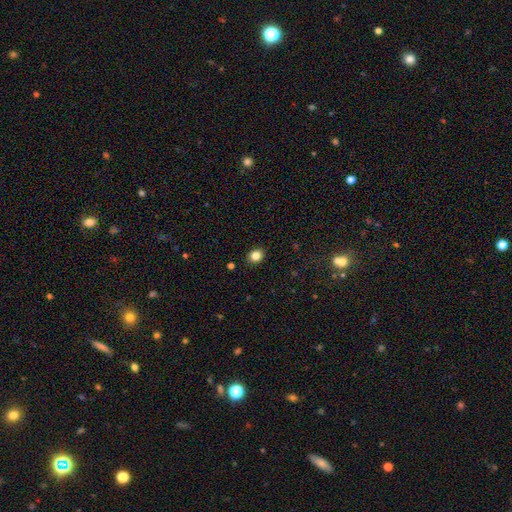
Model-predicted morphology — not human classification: Smooth or featured?
  - smooth: 84% *
  - star or artifact: 11%
  - featured or disk: 5%
How rounded?
  - round: 61% *
  - in between: 38%
  - cigar-shaped: 1%
Merging?
  - none: 90% *
  - minor disturbance: 7%
  - major disturbance: 2%
  - merger: 1%